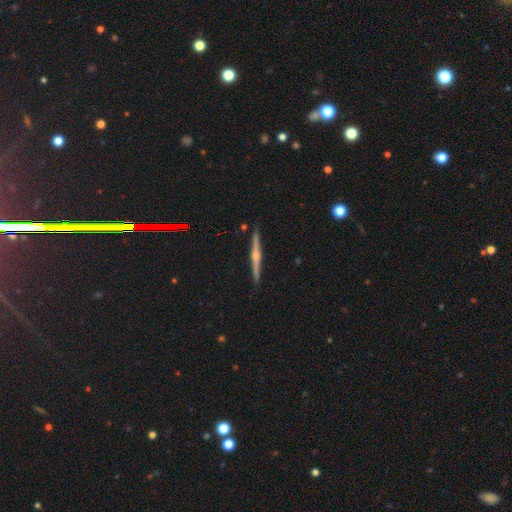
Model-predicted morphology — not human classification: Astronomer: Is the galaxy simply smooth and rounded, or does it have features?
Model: featured or disk — 83%.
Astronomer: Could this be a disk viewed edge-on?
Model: yes — 99%.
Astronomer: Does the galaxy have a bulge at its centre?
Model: rounded — 86%.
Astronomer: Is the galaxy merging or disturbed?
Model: none — 92%.